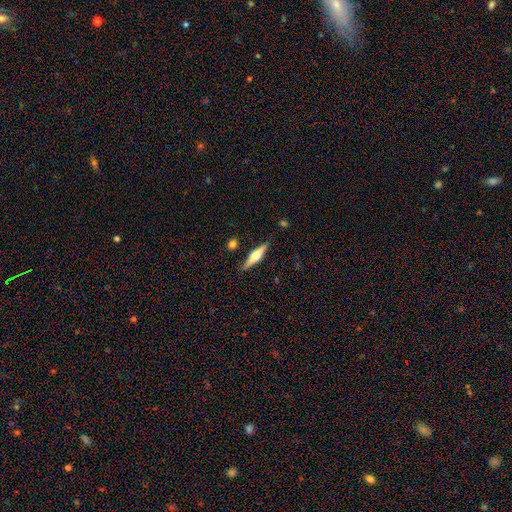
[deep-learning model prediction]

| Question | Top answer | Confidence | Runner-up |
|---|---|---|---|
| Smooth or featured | featured or disk | 57% | smooth (37%) |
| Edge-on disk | yes | 96% | no (4%) |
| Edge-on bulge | rounded | 90% | boxy (7%) |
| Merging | none | 86% | minor disturbance (9%) |